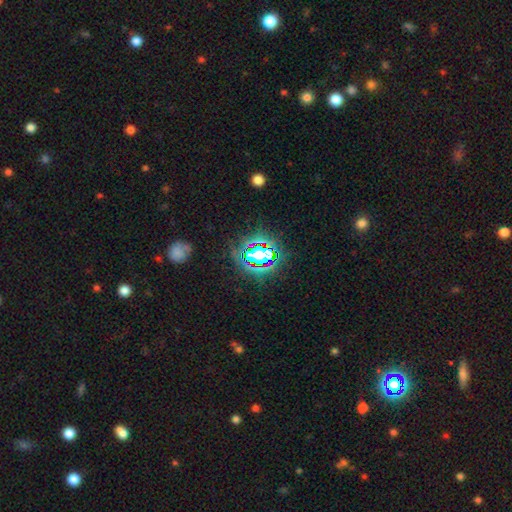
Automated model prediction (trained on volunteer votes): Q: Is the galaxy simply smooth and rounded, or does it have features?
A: star or artifact — 80%.